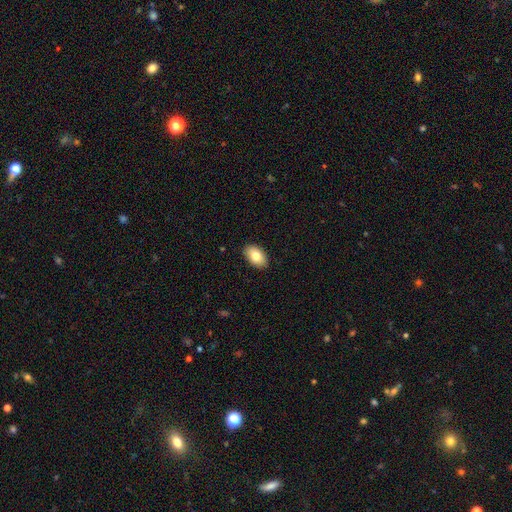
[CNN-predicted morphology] Smooth or featured? smooth (81%)
How rounded? in between (92%)
Merging? none (88%)